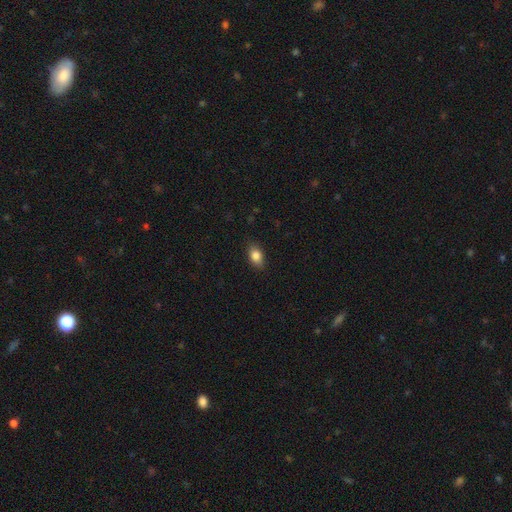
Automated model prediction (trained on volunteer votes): A smooth galaxy with no disk features (85%) that is in between round and cigar-shaped (84%).

Vote fractions:
- Smooth or featured? smooth: 85% / star or artifact: 8% / featured or disk: 7%
- How rounded? in between: 84% / round: 14% / cigar-shaped: 2%
- Merging? none: 86% / minor disturbance: 11% / major disturbance: 2% / merger: 1%